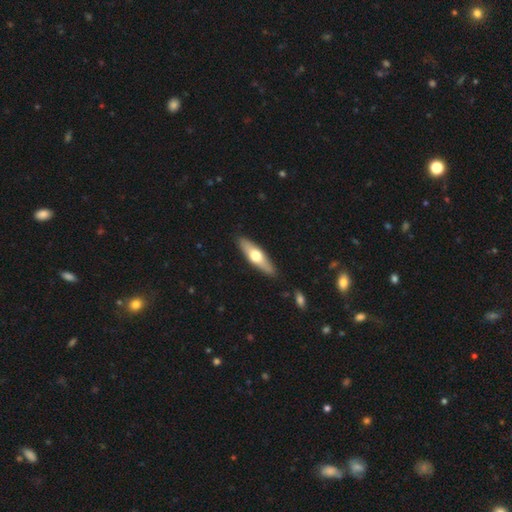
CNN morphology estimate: smooth_or_featured: smooth (p=0.49) [alt: featured or disk p=0.46]
merging: none (p=0.88) [alt: minor disturbance p=0.09]